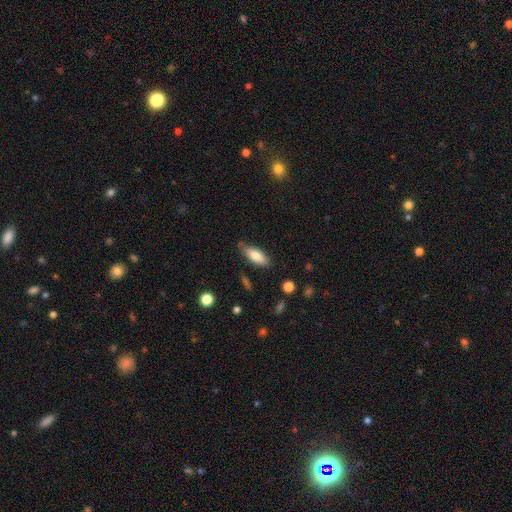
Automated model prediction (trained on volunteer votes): The model was most divided on "how rounded": in between: 71%, cigar-shaped: 27%, round: 2%. More confident: smooth or featured — smooth (78%); merging — none (76%).